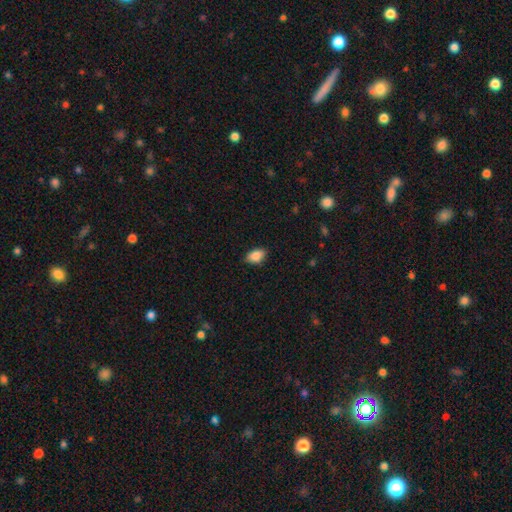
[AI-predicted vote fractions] This appears to be a smooth galaxy with no disk features (88%) that is in between round and cigar-shaped (88%). Merging: none (83%).